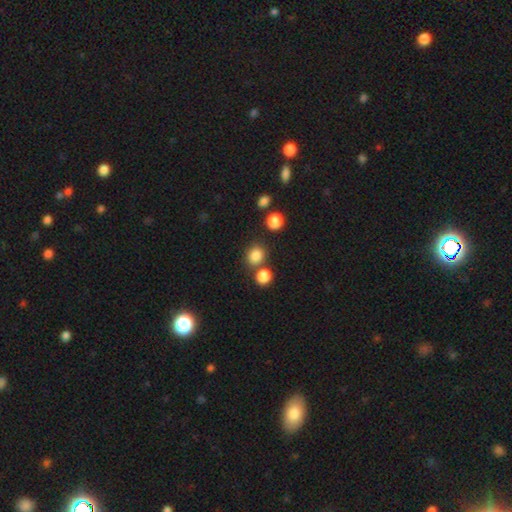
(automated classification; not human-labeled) The model was most divided on "how rounded": round: 72%, in between: 27%, cigar-shaped: 1%. More confident: smooth or featured — smooth (83%); merging — none (69%).